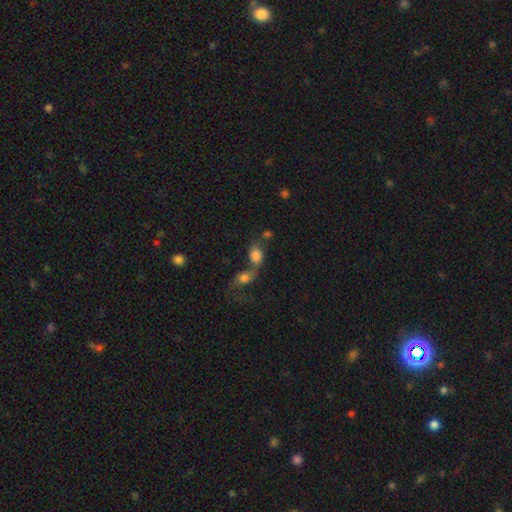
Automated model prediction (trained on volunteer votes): Smooth or featured? Predicted: smooth (p=0.76). How rounded? Predicted: in between (p=0.60). Merging? Predicted: merger (p=0.71).